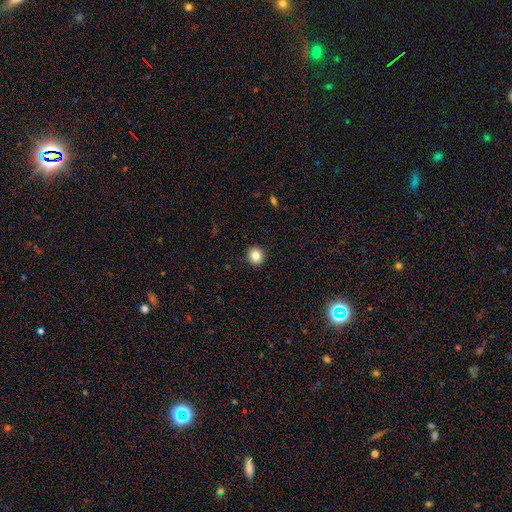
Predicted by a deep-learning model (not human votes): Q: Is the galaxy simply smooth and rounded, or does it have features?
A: smooth — 84%.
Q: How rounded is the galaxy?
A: round — 89%.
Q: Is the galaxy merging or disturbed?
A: none — 92%.